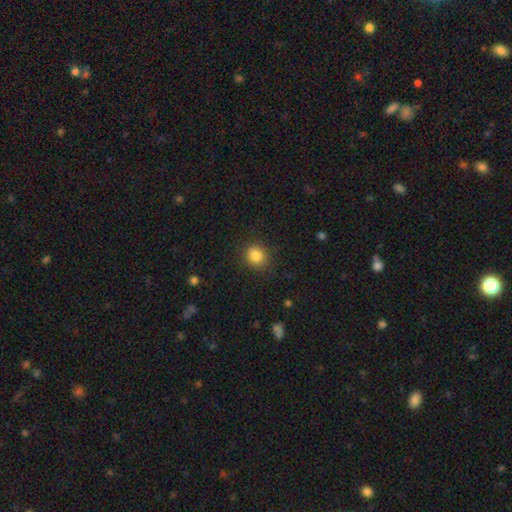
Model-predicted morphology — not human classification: A smooth galaxy with no disk features (85%) that is round (78%). Merging: none (85%).